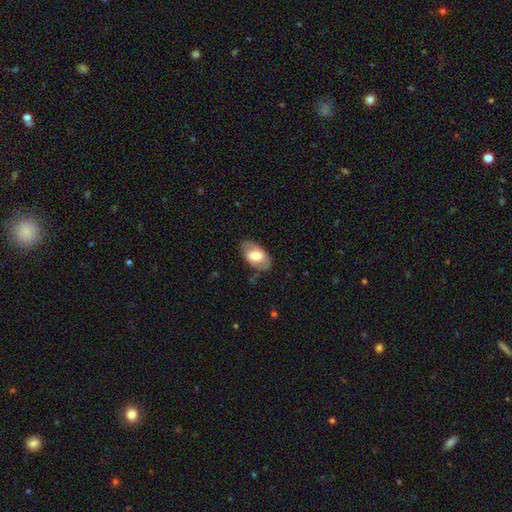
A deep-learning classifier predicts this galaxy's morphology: smooth_or_featured: smooth (p=0.66) [alt: featured or disk p=0.28]
how_rounded: in between (p=0.93) [alt: round p=0.05]
merging: none (p=0.76) [alt: minor disturbance p=0.18]